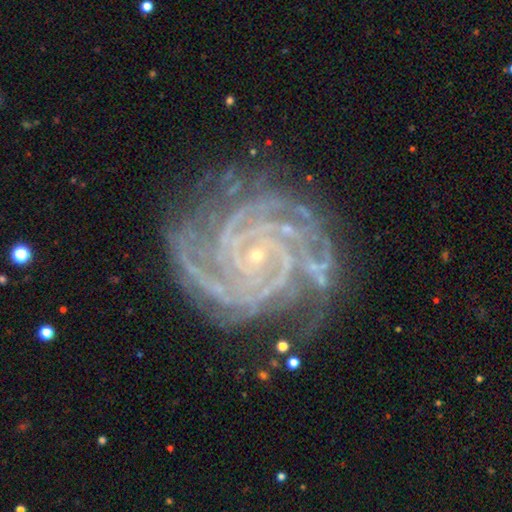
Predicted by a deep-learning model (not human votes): Overall: featured or disk (92%). Edge-on disk: no (98%). Bar: no (69%). Spiral arms: yes (99%). Spiral arm count: 4 (29%; more than 4 21%). Spiral winding: tight (81%). Bulge size: small (90%). Merging: none (75%).